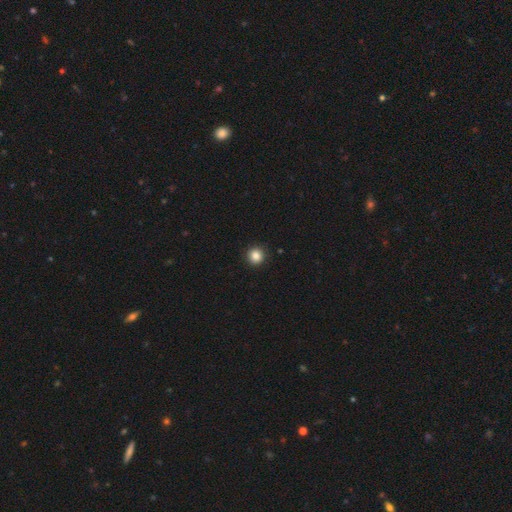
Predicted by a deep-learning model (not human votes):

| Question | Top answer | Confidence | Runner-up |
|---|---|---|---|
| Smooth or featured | smooth | 85% | star or artifact (11%) |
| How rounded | round | 94% | in between (5%) |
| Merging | none | 93% | minor disturbance (5%) |